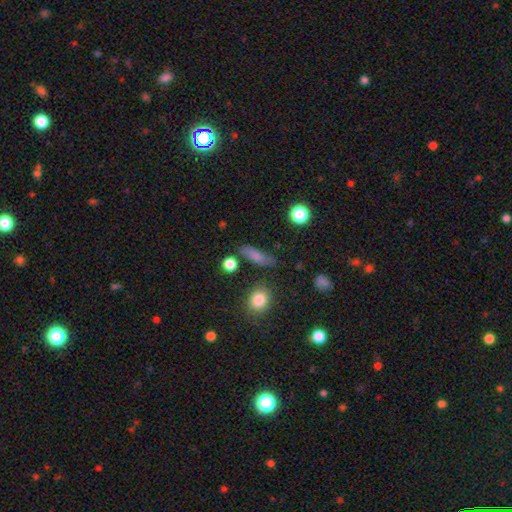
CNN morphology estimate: A smooth galaxy with no disk features (76%) that is in between round and cigar-shaped (50%). Merging: none (75%).